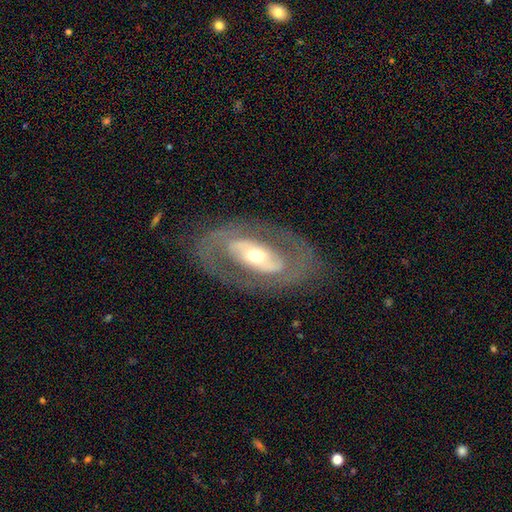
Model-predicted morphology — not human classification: Q: Smooth or featured?
A: featured or disk (78%); runner-up: smooth (17%)
Q: Edge-on disk?
A: no (92%); runner-up: yes (8%)
Q: Bar?
A: no (43%); runner-up: strong (30%)
Q: Spiral arms?
A: yes (59%); runner-up: no (41%)
Q: Bulge size?
A: moderate (61%); runner-up: small (27%)
Q: Merging?
A: none (77%); runner-up: minor disturbance (12%)